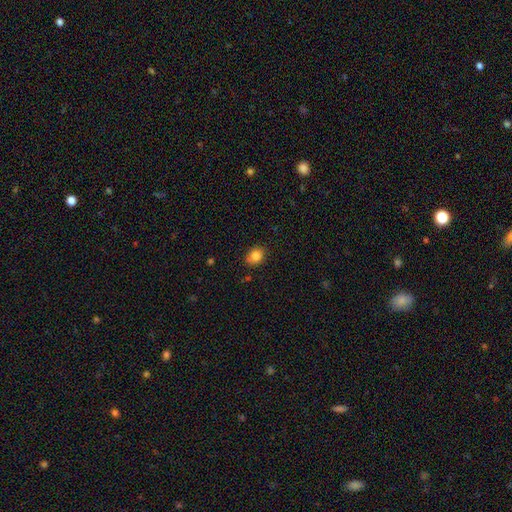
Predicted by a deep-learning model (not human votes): This appears to be a smooth galaxy with no disk features (84%) that is round (52%). Merging: none (79%).